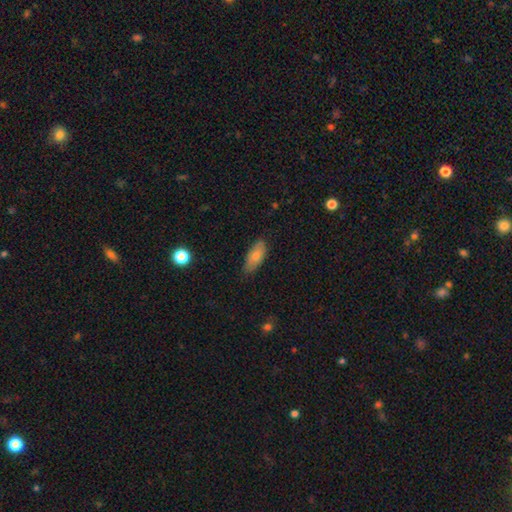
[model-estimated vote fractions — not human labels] A smooth galaxy with no disk features (78%) that is in between round and cigar-shaped (83%). Merging: none (80%).